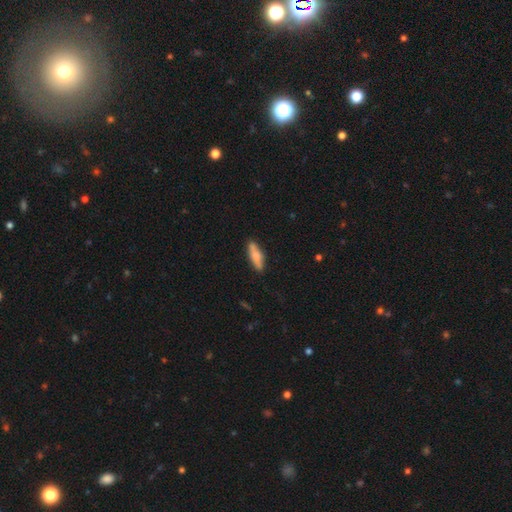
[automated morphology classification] This appears to be a smooth galaxy with no disk features (63%) that is cigar-shaped (60%). Merging: none (82%).